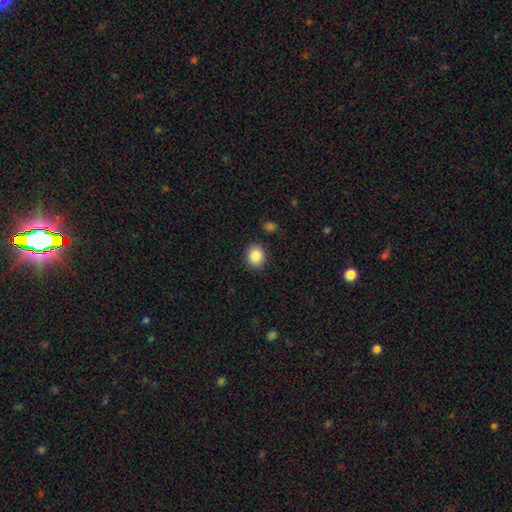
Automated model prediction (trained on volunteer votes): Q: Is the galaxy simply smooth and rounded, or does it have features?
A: smooth — 87%.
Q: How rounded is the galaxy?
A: round — 74%.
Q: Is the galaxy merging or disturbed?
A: none — 88%.